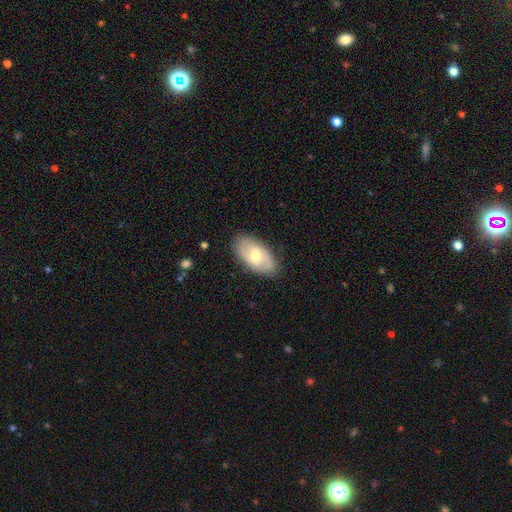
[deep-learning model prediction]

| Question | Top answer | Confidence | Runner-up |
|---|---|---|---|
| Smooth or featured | featured or disk | 50% | smooth (44%) |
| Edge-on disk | no | 91% | yes (9%) |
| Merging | none | 83% | minor disturbance (13%) |